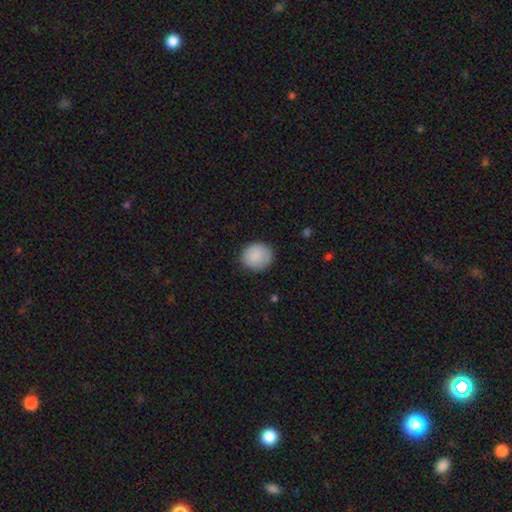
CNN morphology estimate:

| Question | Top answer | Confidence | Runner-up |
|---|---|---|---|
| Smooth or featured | smooth | 88% | star or artifact (7%) |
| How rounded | round | 81% | in between (18%) |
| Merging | none | 86% | minor disturbance (10%) |